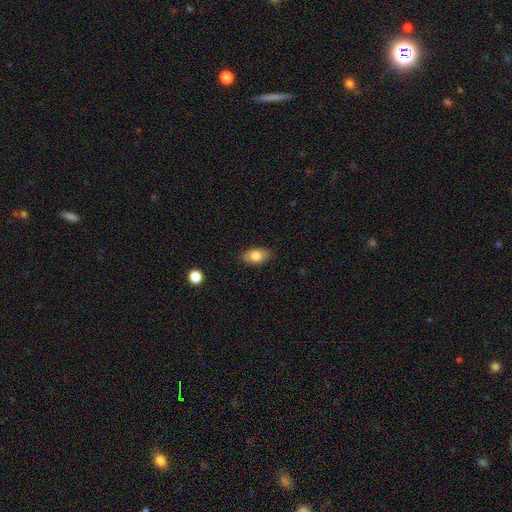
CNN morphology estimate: smooth 80%, featured or disk 12%, star or artifact 8%. Down the decision tree: how rounded — in between (89%); merging — none (81%).